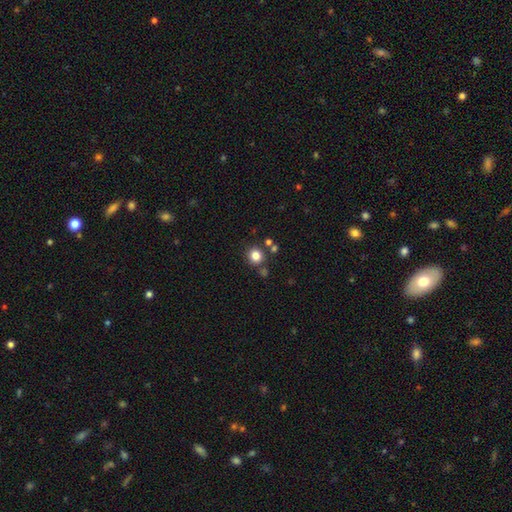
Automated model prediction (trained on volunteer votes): The model was most divided on "smooth or featured": smooth: 82%, star or artifact: 13%, featured or disk: 6%. More confident: how rounded — round (89%); merging — none (80%).